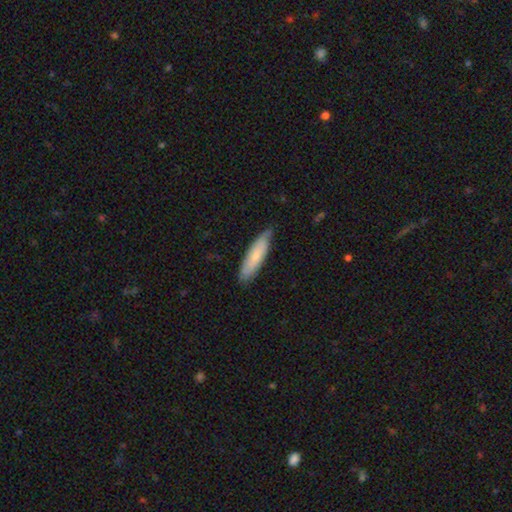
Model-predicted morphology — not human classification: Smooth or featured: smooth — 70% (featured or disk — 25%)
How rounded: cigar-shaped — 68% (in between — 30%)
Merging: none — 78% (minor disturbance — 18%)